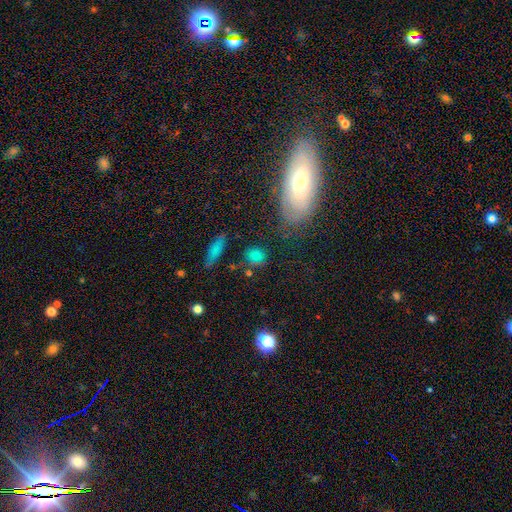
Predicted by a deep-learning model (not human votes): A smooth galaxy with no disk features (70%) that is round (66%).

Vote fractions:
- Smooth or featured? smooth: 70% / star or artifact: 20% / featured or disk: 10%
- How rounded? round: 66% / in between: 30% / cigar-shaped: 4%
- Merging? none: 70% / minor disturbance: 16% / major disturbance: 7% / merger: 7%